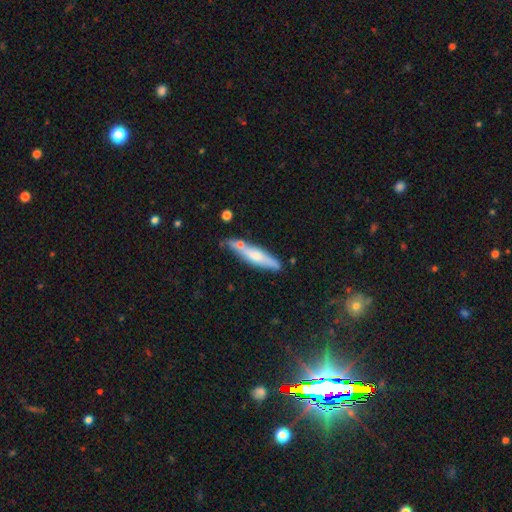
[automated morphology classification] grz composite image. It shows a smooth galaxy with no disk features (55%) that is cigar-shaped (83%). Merging: none (68%).